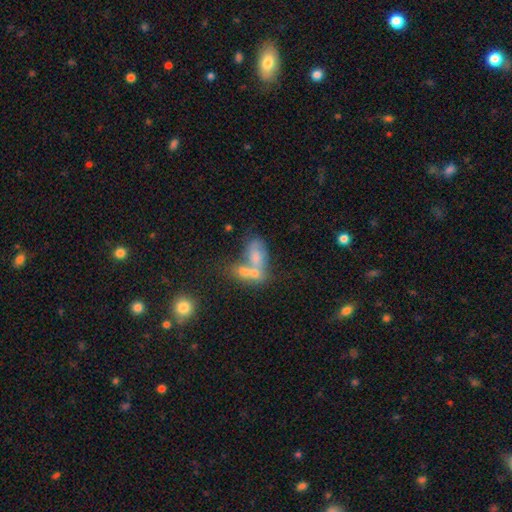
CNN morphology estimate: Q: Smooth or featured?
A: smooth (59%); runner-up: featured or disk (30%)
Q: How rounded?
A: in between (84%); runner-up: round (10%)
Q: Merging?
A: merger (67%); runner-up: none (17%)